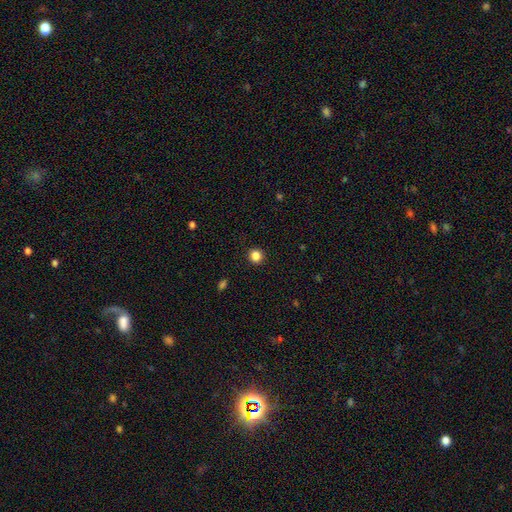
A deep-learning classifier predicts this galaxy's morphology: The model was most divided on "smooth or featured": smooth: 85%, star or artifact: 11%, featured or disk: 4%. More confident: merging — none (92%); how rounded — round (92%).